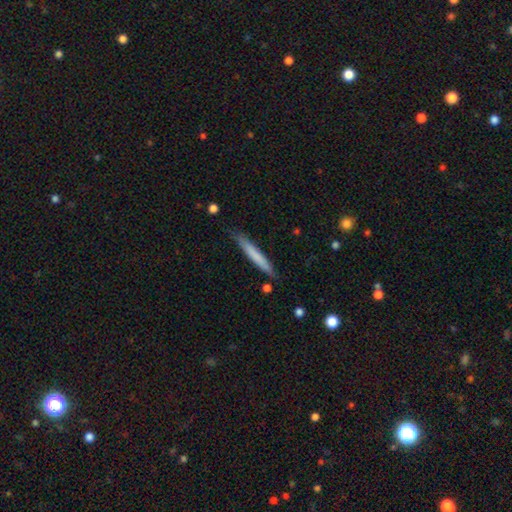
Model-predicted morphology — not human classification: This appears to be a smooth galaxy with no disk features (70%) that is cigar-shaped (96%). Merging: none (84%).